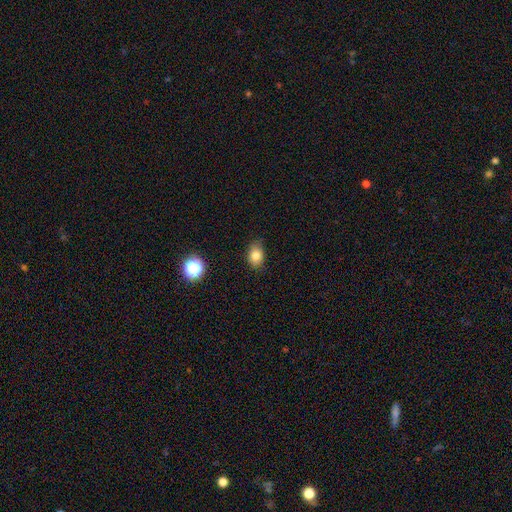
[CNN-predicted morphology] This is clearly a smooth galaxy (81%). How rounded: likely in between (77%). Merging: likely none (80%).